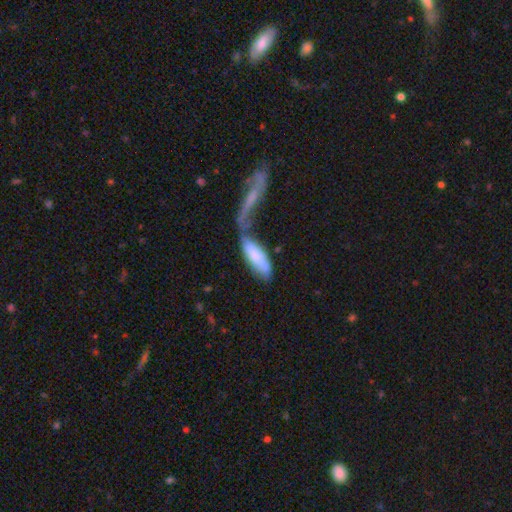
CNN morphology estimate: smooth-or-featured: smooth: 70% | featured or disk: 24% | star or artifact: 6%
  how-rounded: in between: 58% | cigar-shaped: 40% | round: 2%
  merging: merger: 48% | none: 25% | minor disturbance: 15% | major disturbance: 12%